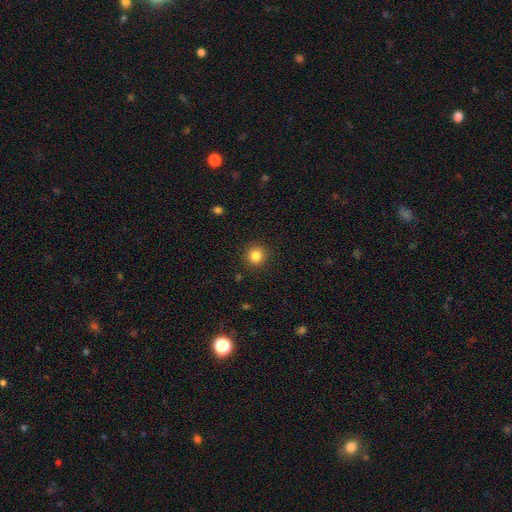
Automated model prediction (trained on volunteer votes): Smooth or featured: smooth — 83% (star or artifact — 12%)
How rounded: round — 94% (in between — 5%)
Merging: none — 91% (minor disturbance — 6%)